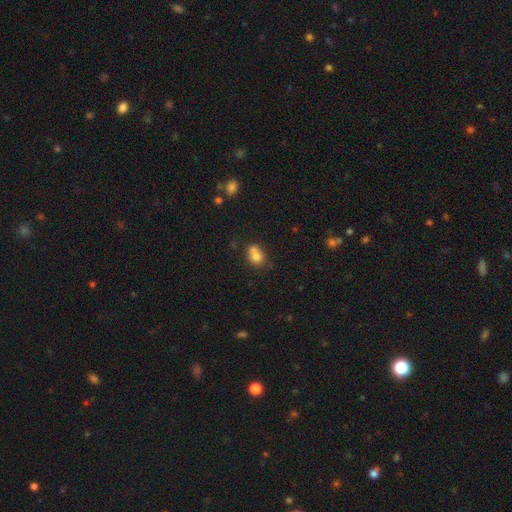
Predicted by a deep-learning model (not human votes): smooth 74%, featured or disk 15%, star or artifact 11%. Down the decision tree: how rounded — round (60%); merging — merger (53%).